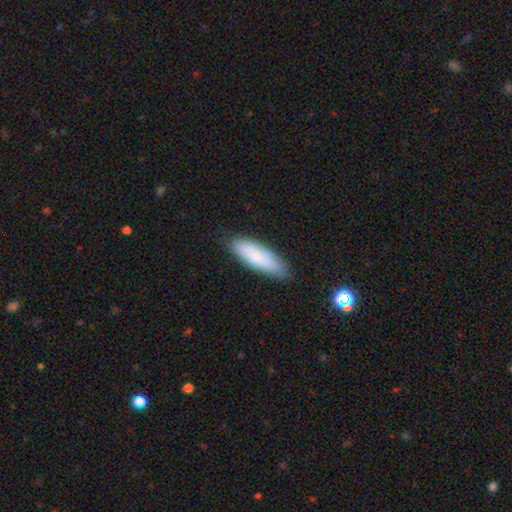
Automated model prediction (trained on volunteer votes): smooth_or_featured: smooth (p=0.78) [alt: featured or disk p=0.15]
how_rounded: in between (p=0.51) [alt: cigar-shaped p=0.48]
merging: none (p=0.81) [alt: minor disturbance p=0.14]